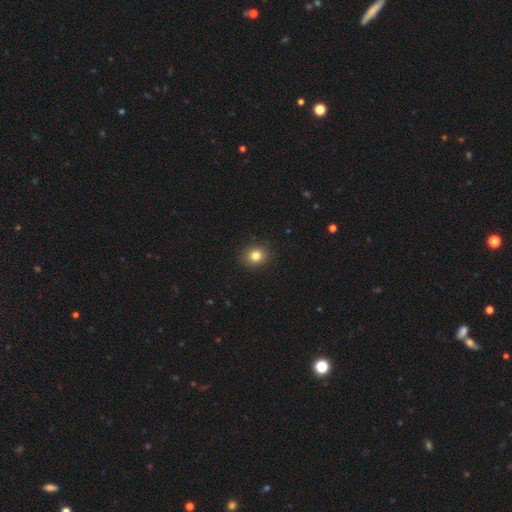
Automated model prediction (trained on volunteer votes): Smooth or featured: smooth — 82% (star or artifact — 12%)
How rounded: round — 77% (in between — 22%)
Merging: none — 90% (minor disturbance — 7%)